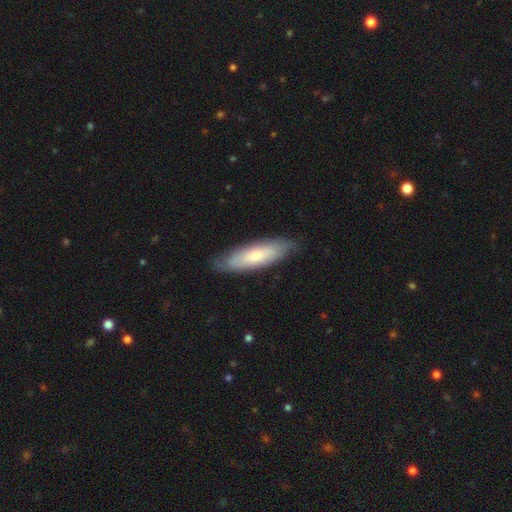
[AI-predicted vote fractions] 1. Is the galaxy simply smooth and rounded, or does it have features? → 56% smooth, 38% featured or disk, 6% star or artifact.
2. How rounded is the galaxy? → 51% cigar-shaped, 47% in between, 2% round.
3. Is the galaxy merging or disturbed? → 82% none, 14% minor disturbance, 3% major disturbance, 1% merger.